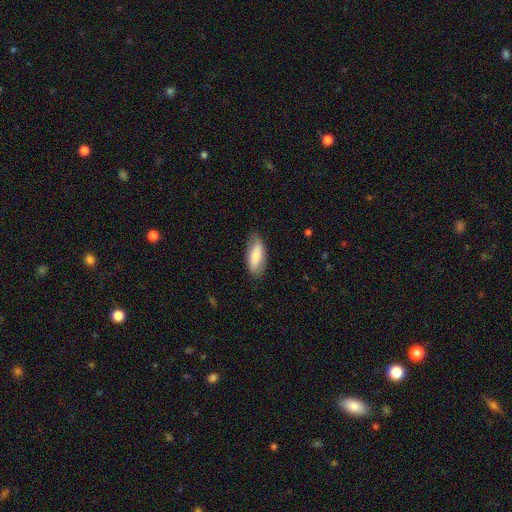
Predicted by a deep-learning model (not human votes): Smooth or featured? smooth (75%)
How rounded? in between (80%)
Merging? none (82%)